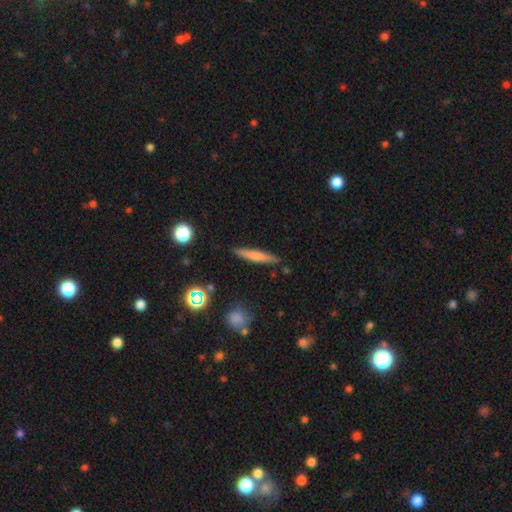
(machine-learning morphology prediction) The model was most divided on "smooth or featured": smooth: 62%, featured or disk: 31%, star or artifact: 8%. More confident: how rounded — cigar-shaped (91%); merging — none (88%).